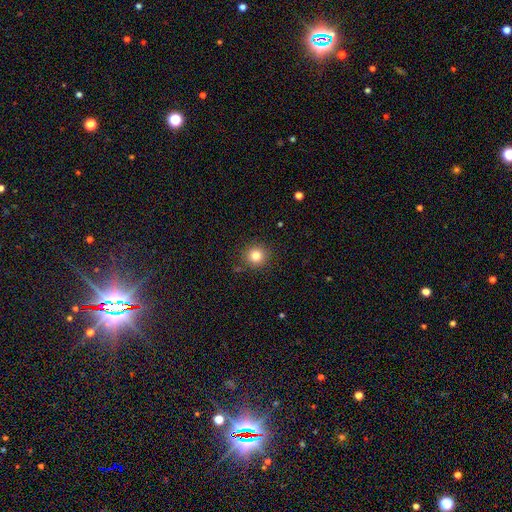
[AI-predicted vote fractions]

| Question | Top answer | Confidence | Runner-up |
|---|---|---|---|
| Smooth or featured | smooth | 81% | star or artifact (12%) |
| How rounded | round | 93% | in between (6%) |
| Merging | none | 88% | minor disturbance (7%) |